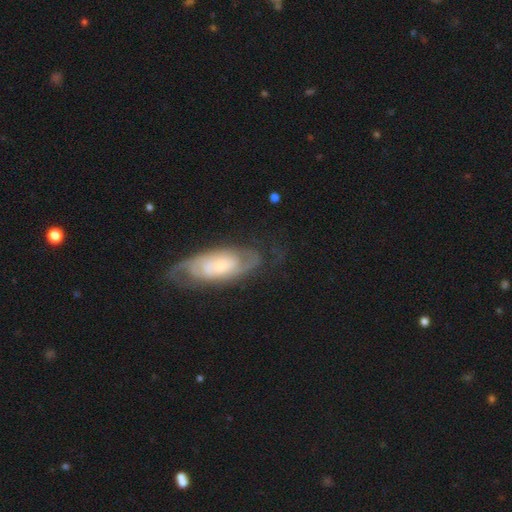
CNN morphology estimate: Overall: featured or disk (66%). Edge-on disk: no (84%). Bar: no (64%; weak 28%). Spiral arms: yes (87%). Bulge size: moderate (44%; small 29%). Merging: none (76%).